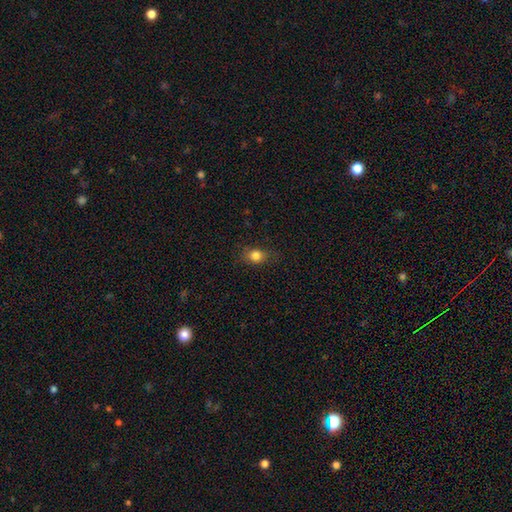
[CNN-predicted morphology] Smooth or featured? smooth (81%)
How rounded? round (52%)
Merging? none (80%)